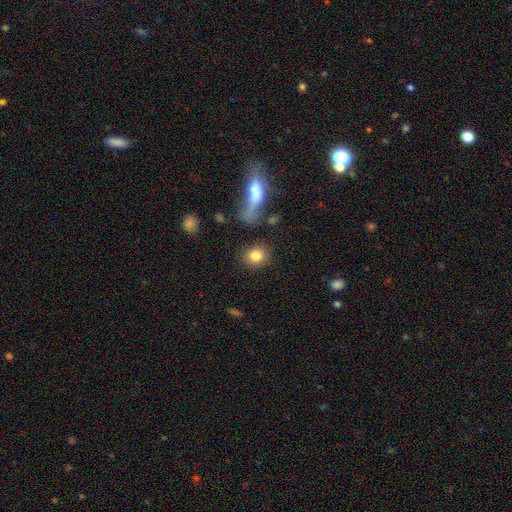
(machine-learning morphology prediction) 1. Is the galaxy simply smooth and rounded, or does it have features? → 82% smooth, 9% star or artifact, 9% featured or disk.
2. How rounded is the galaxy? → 75% round, 22% in between, 2% cigar-shaped.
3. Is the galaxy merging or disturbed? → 82% none, 8% minor disturbance, 5% merger, 4% major disturbance.